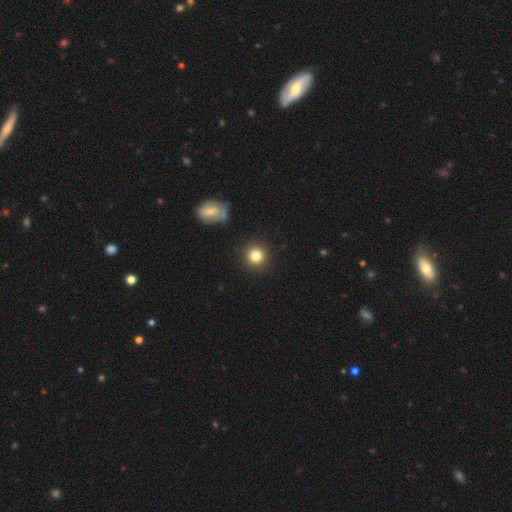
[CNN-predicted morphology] type=smooth (83%); roundness=round (93%); merging=none (90%).